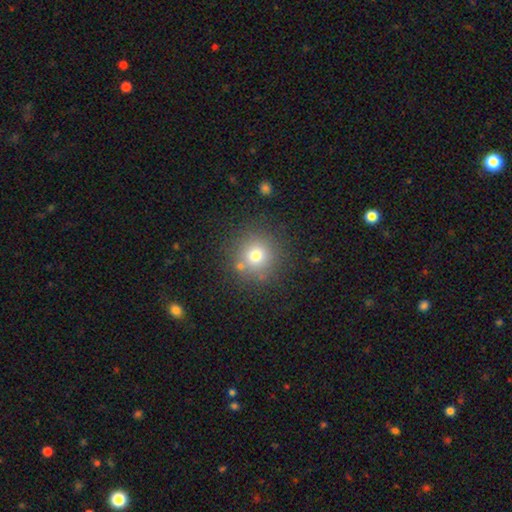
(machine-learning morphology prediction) Smooth or featured?
  - smooth: 72% *
  - star or artifact: 17%
  - featured or disk: 11%
How rounded?
  - round: 93% *
  - in between: 6%
  - cigar-shaped: 1%
Merging?
  - none: 83% *
  - minor disturbance: 9%
  - merger: 5%
  - major disturbance: 4%